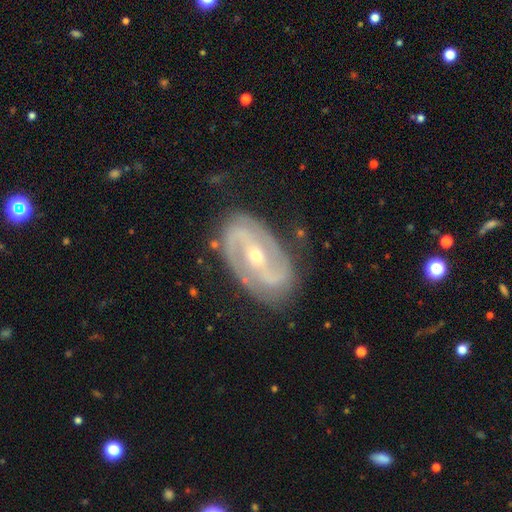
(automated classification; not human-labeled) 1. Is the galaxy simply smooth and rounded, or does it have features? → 89% featured or disk, 6% smooth, 5% star or artifact.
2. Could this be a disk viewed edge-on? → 96% no, 4% yes.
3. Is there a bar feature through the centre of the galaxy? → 40% strong, 33% weak, 28% no.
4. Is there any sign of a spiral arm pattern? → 96% yes, 4% no.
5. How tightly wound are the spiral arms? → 45% medium, 40% tight, 15% loose.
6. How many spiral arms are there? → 84% 2, 6% can't tell, 5% 3, 2% 1, 2% 4, 1% more than 4.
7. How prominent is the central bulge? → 60% small, 38% moderate, 1% large, 1% none, 1% dominant.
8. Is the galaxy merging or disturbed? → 79% none, 15% minor disturbance, 5% major disturbance, 1% merger.